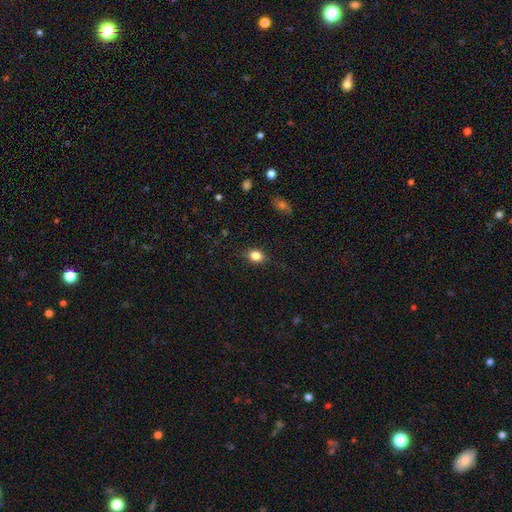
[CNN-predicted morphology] Q: Smooth or featured?
A: smooth (83%); runner-up: star or artifact (10%)
Q: How rounded?
A: in between (64%); runner-up: round (35%)
Q: Merging?
A: none (86%); runner-up: minor disturbance (11%)